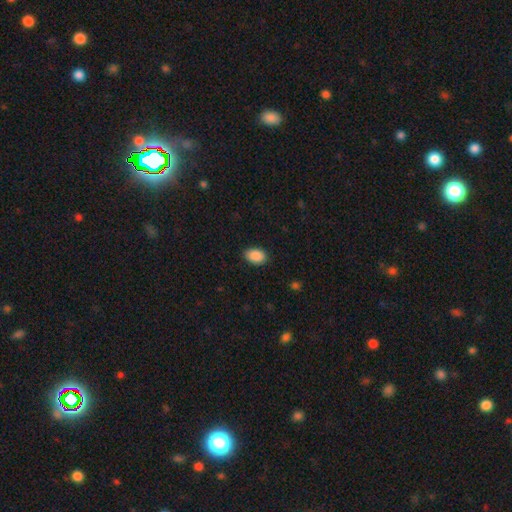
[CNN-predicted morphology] This is clearly a smooth galaxy (90%). How rounded: clearly in between (88%). Merging: clearly none (87%).